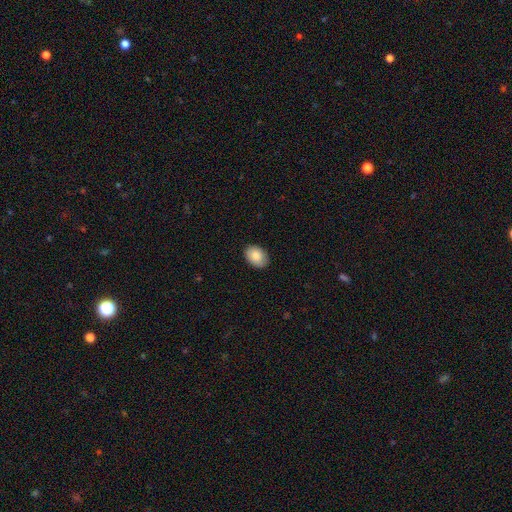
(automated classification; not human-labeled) Smooth or featured? smooth (85%)
How rounded? in between (78%)
Merging? none (88%)